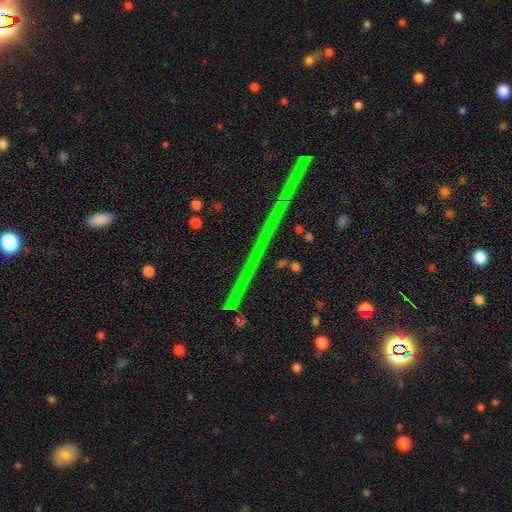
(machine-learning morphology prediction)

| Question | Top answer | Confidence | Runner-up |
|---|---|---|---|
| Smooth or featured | star or artifact | 62% | featured or disk (26%) |